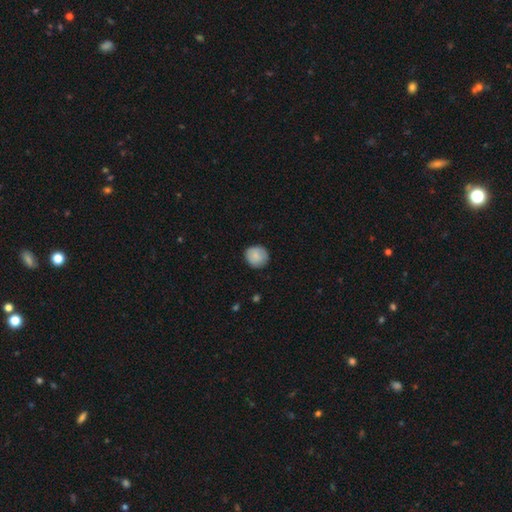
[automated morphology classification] Smooth or featured?
  - smooth: 85% *
  - featured or disk: 8%
  - star or artifact: 7%
How rounded?
  - round: 89% *
  - in between: 10%
  - cigar-shaped: 1%
Merging?
  - none: 85% *
  - minor disturbance: 12%
  - major disturbance: 2%
  - merger: 1%